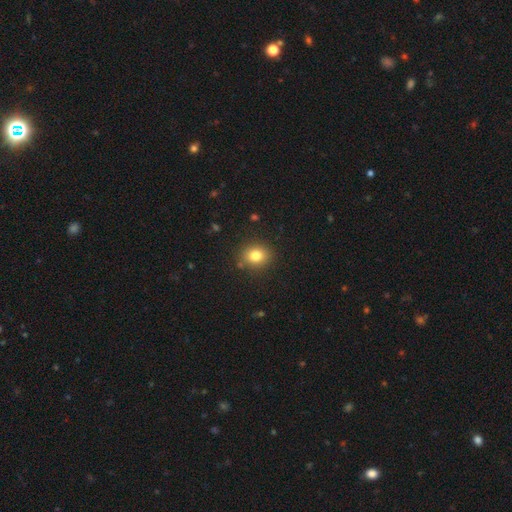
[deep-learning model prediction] Smooth or featured? Predicted: smooth (p=0.81). How rounded? Predicted: round (p=0.66). Merging? Predicted: none (p=0.86).